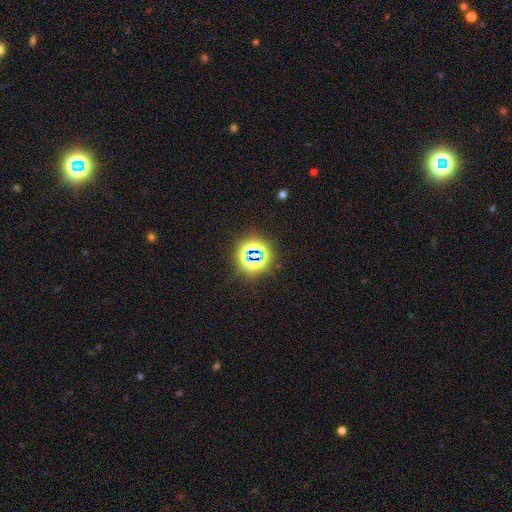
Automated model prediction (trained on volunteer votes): A star or artifact, not a galaxy (75%).